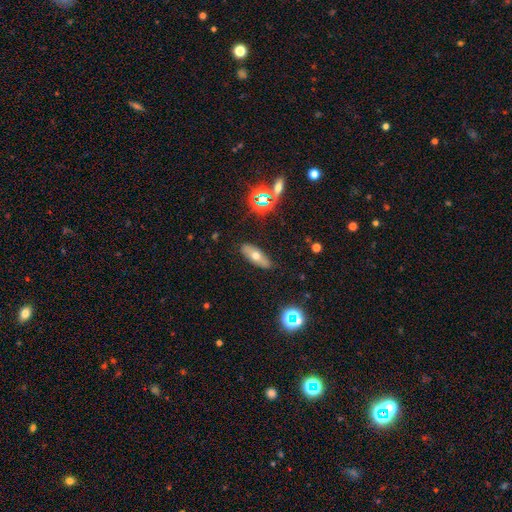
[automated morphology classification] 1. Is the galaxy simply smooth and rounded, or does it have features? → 56% smooth, 32% featured or disk, 12% star or artifact.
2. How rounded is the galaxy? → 66% in between, 29% cigar-shaped, 4% round.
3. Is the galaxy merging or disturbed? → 85% none, 11% minor disturbance, 2% major disturbance, 2% merger.